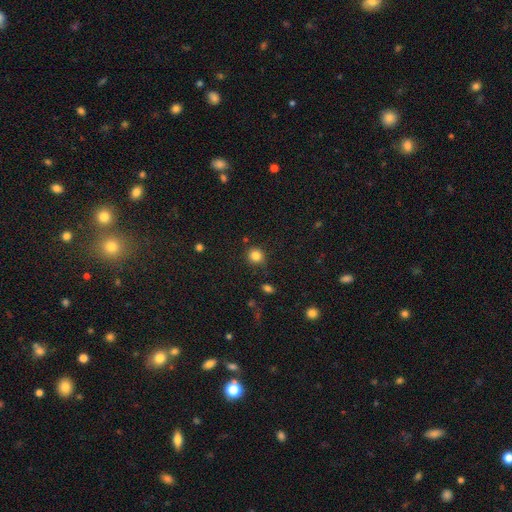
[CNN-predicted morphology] Smooth or featured? smooth (83%)
How rounded? round (86%)
Merging? none (84%)